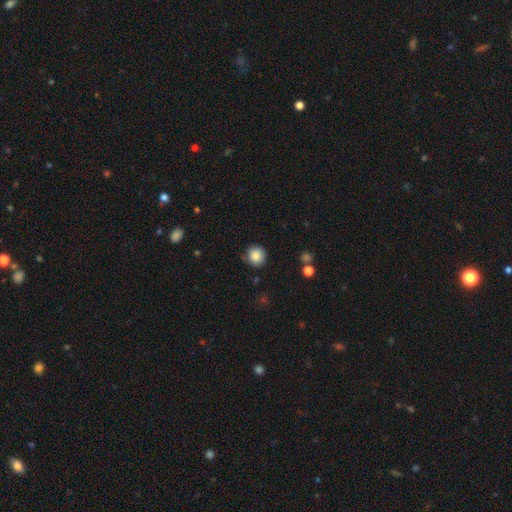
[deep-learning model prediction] Smooth or featured? Predicted: smooth (p=0.85). How rounded? Predicted: round (p=0.91). Merging? Predicted: none (p=0.83).